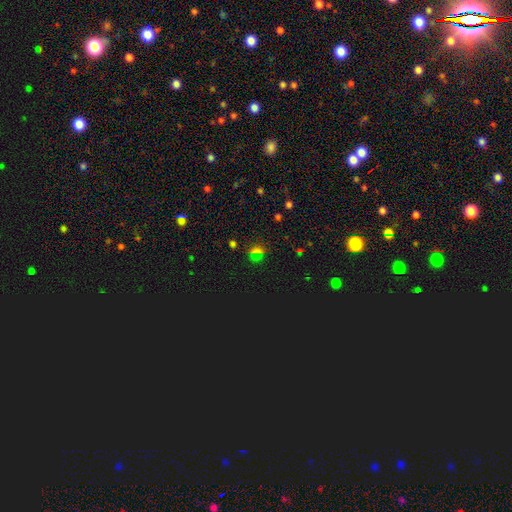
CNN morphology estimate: type=star or artifact (55%).